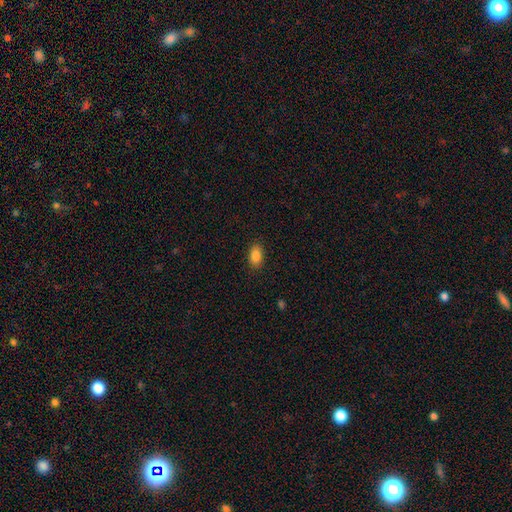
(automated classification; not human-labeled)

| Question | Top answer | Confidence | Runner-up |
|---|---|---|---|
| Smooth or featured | smooth | 87% | star or artifact (8%) |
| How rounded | in between | 90% | round (8%) |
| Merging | none | 89% | minor disturbance (8%) |